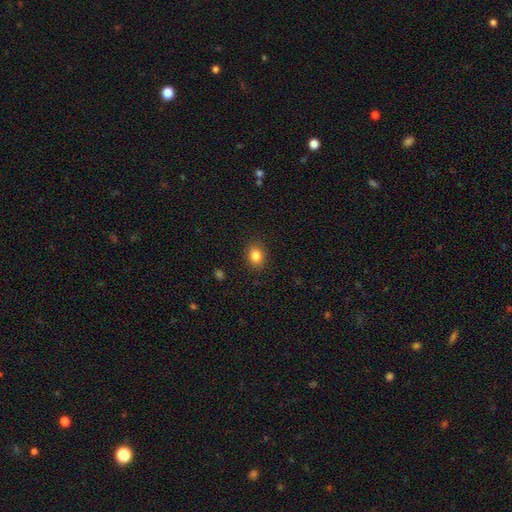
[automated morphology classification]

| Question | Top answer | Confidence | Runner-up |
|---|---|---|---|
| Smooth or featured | smooth | 84% | star or artifact (10%) |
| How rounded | round | 51% | in between (49%) |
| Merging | none | 88% | minor disturbance (8%) |